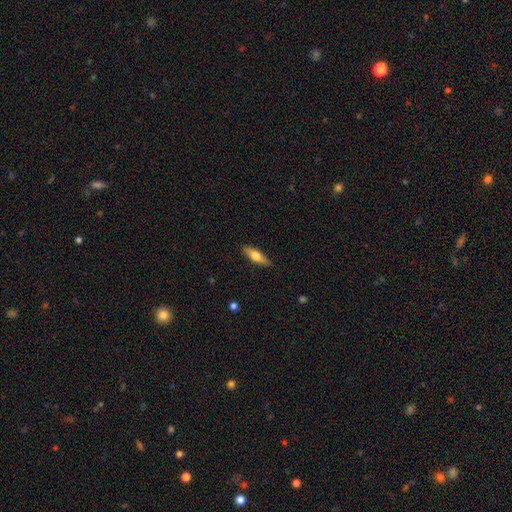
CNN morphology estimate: Smooth or featured? smooth (55%)
How rounded? cigar-shaped (54%)
Merging? none (88%)